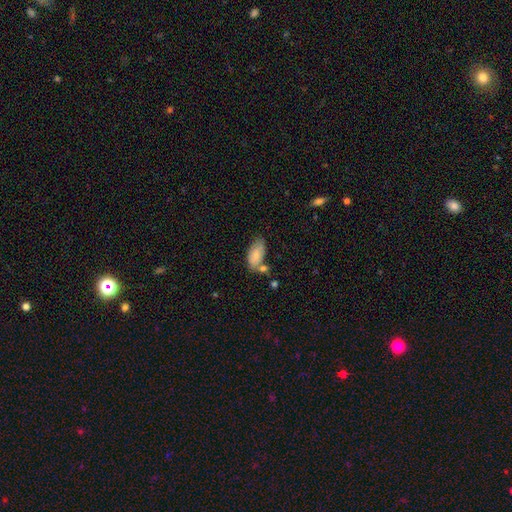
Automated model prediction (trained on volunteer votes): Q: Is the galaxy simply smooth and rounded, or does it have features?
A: smooth — 82%.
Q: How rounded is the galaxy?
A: in between — 93%.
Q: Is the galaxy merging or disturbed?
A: none — 50%.